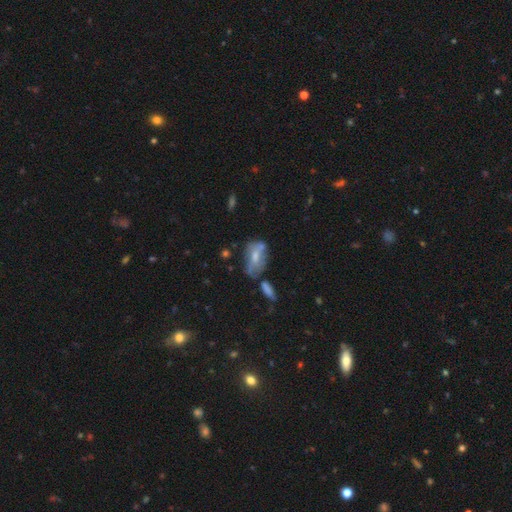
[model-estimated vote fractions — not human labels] A smooth galaxy with no disk features (48%).

Vote fractions:
- Smooth or featured? smooth: 48% / featured or disk: 43% / star or artifact: 8%
- Merging? none: 40% / minor disturbance: 26% / merger: 17% / major disturbance: 16%